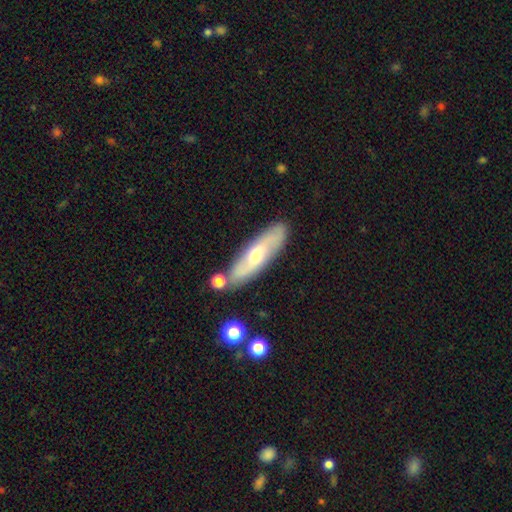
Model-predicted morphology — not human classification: smooth-or-featured: featured or disk: 55% | smooth: 39% | star or artifact: 6%
  disk-edge-on: no: 64% | yes: 36%
  merging: none: 80% | minor disturbance: 12% | merger: 5% | major disturbance: 3%